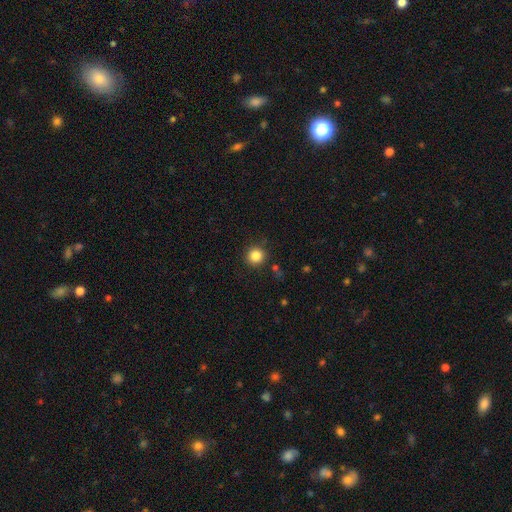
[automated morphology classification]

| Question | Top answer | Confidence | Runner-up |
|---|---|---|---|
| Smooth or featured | smooth | 85% | star or artifact (11%) |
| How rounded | round | 94% | in between (5%) |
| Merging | none | 89% | minor disturbance (7%) |